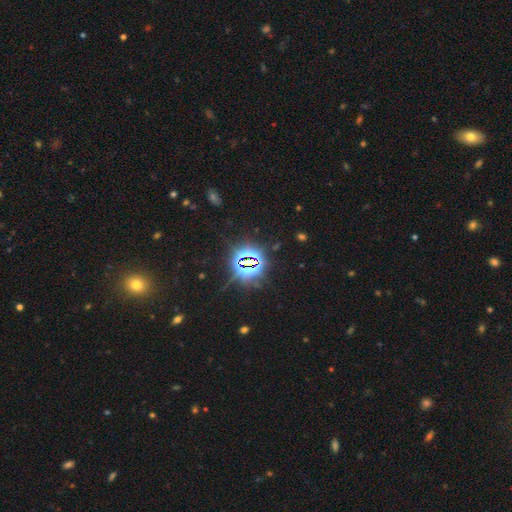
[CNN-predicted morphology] type=star or artifact (84%).